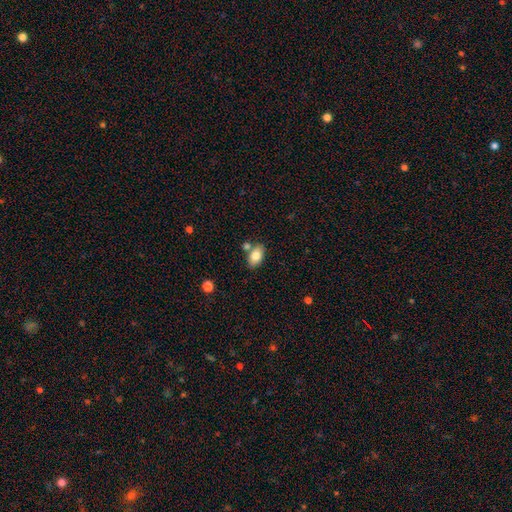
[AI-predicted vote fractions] Morphology: type=smooth (80%); roundness=in between (91%); merging=none (68%).